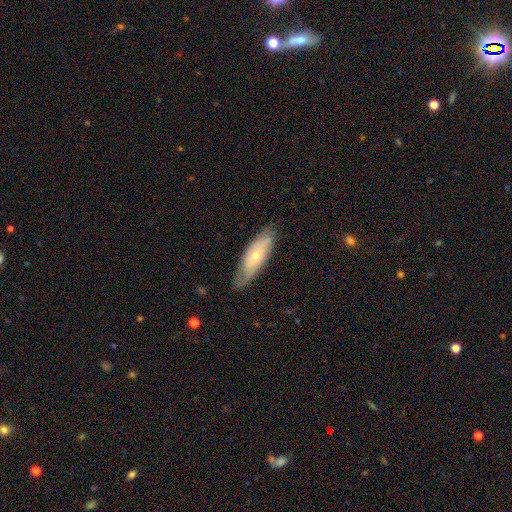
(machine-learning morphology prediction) A smooth galaxy with no disk features (53%) that is in between round and cigar-shaped (54%). Merging: none (76%).